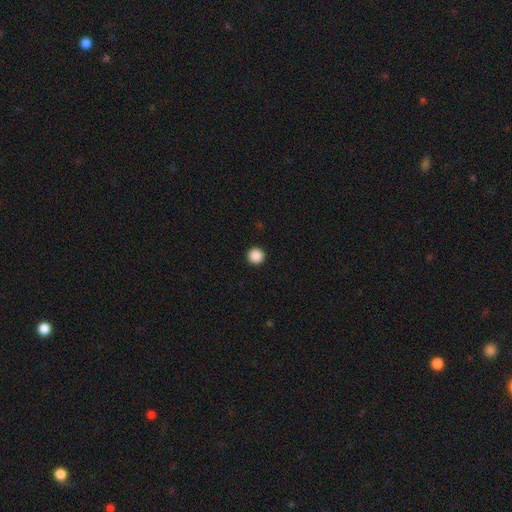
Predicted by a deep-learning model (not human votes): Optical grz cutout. It shows a smooth galaxy with no disk features (88%) that is round (96%). Merging: none (94%).